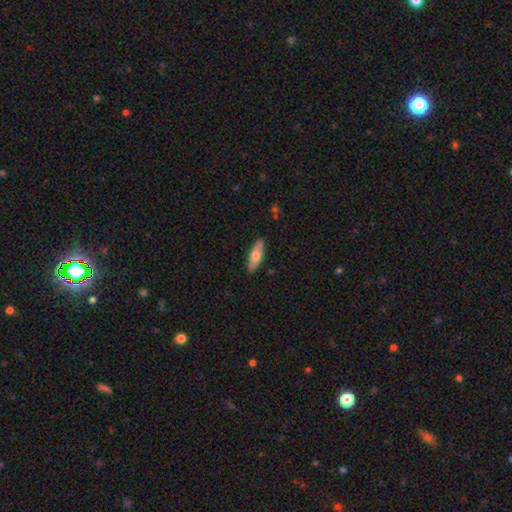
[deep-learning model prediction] This appears to be a smooth galaxy with no disk features (61%) that is in between round and cigar-shaped (54%). Merging: none (89%).